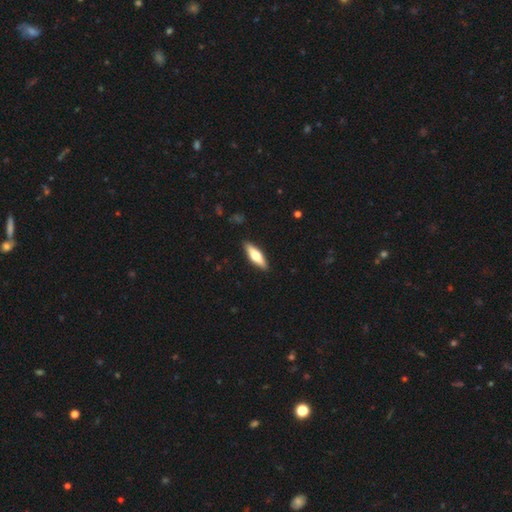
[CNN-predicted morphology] A smooth galaxy with no disk features (55%) that is cigar-shaped (58%). Merging: none (90%).